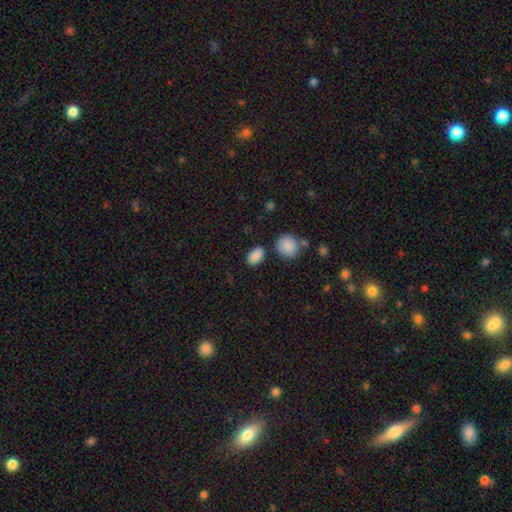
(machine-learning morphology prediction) type=smooth (87%); roundness=in between (85%); merging=none (80%).